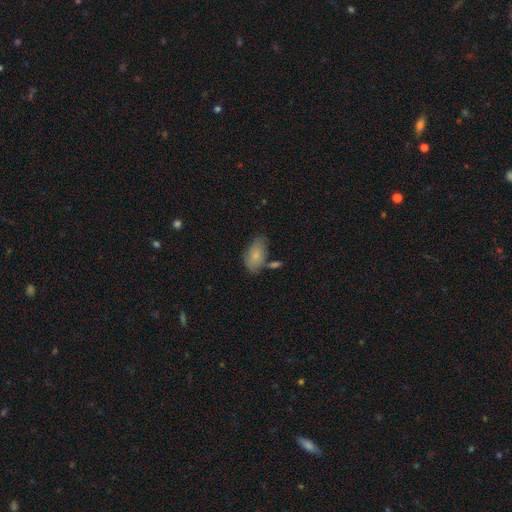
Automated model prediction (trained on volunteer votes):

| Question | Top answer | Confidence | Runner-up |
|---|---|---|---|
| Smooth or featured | smooth | 79% | featured or disk (15%) |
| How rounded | in between | 92% | round (5%) |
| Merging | none | 58% | minor disturbance (23%) |